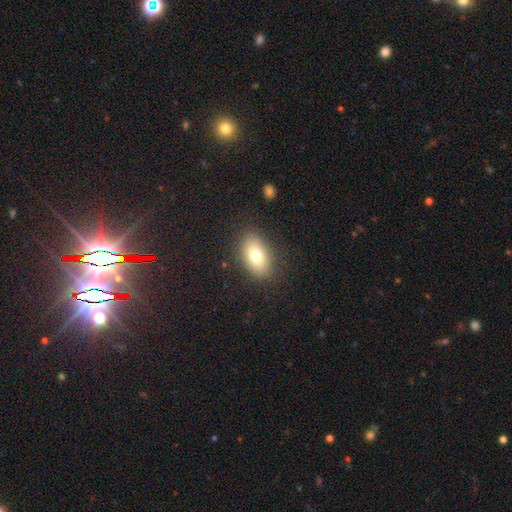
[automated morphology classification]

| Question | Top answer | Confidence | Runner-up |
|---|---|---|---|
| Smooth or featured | smooth | 76% | featured or disk (15%) |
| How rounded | in between | 89% | round (8%) |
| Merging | none | 85% | minor disturbance (10%) |